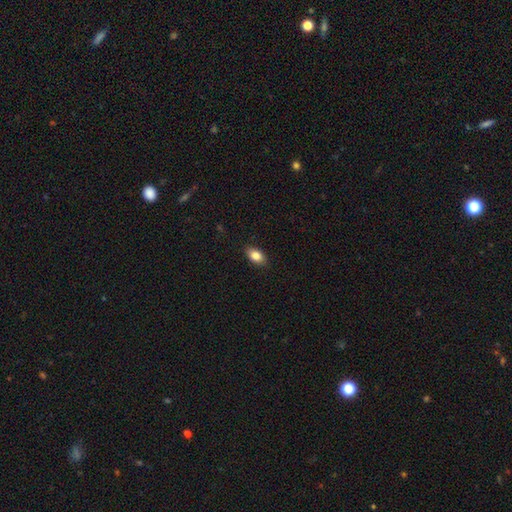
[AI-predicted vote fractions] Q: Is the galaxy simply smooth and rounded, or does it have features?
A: smooth — 83%.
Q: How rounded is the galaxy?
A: in between — 89%.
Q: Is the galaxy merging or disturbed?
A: none — 87%.